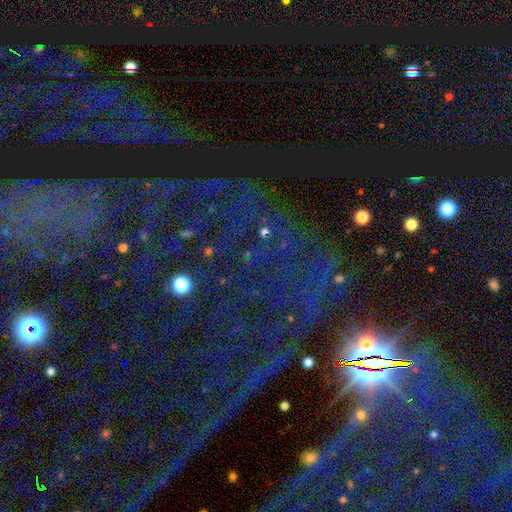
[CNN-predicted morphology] Overall: star or artifact (83%).